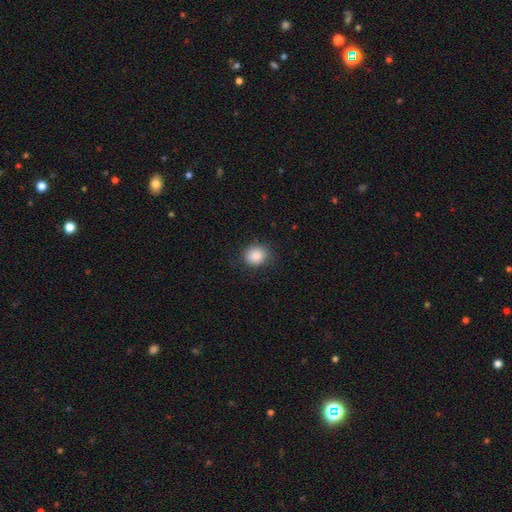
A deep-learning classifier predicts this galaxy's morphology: This appears to be a smooth galaxy with no disk features (88%) that is round (74%). Merging: none (81%).